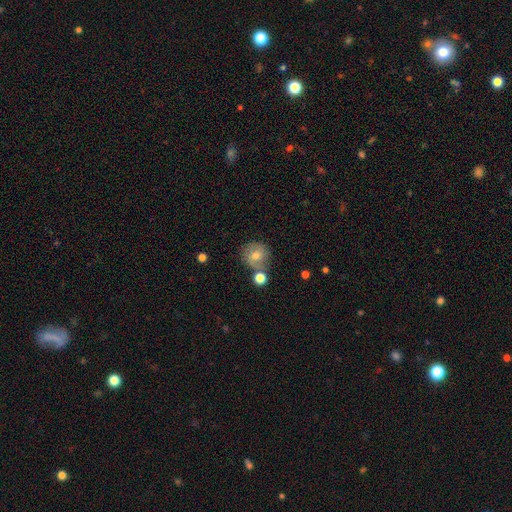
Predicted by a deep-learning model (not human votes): Smooth or featured? Predicted: smooth (p=0.64). How rounded? Predicted: round (p=0.85). Merging? Predicted: none (p=0.62).